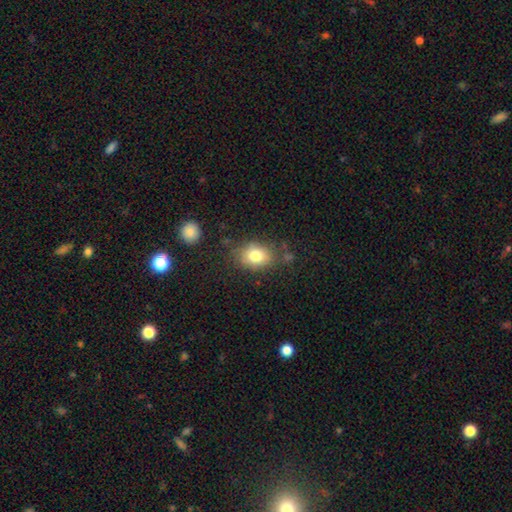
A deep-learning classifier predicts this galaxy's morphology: This appears to be a smooth galaxy with no disk features (79%) that is in between round and cigar-shaped (64%). Merging: none (71%).